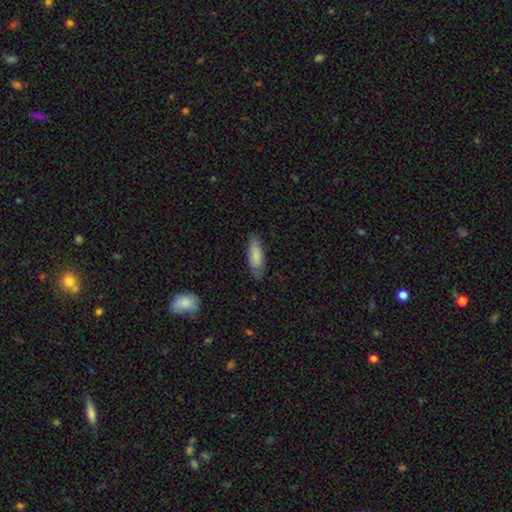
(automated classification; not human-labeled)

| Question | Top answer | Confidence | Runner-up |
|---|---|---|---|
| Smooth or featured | smooth | 82% | featured or disk (13%) |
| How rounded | in between | 64% | cigar-shaped (35%) |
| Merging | none | 79% | minor disturbance (17%) |